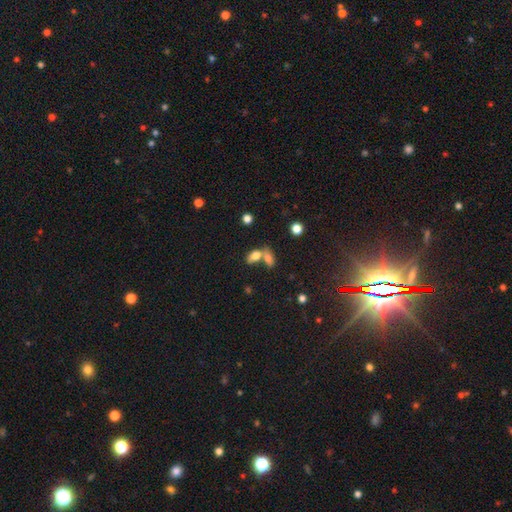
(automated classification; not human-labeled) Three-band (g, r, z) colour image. It shows a smooth galaxy with no disk features (76%) that is in between round and cigar-shaped (84%). Merging: merger (52%).